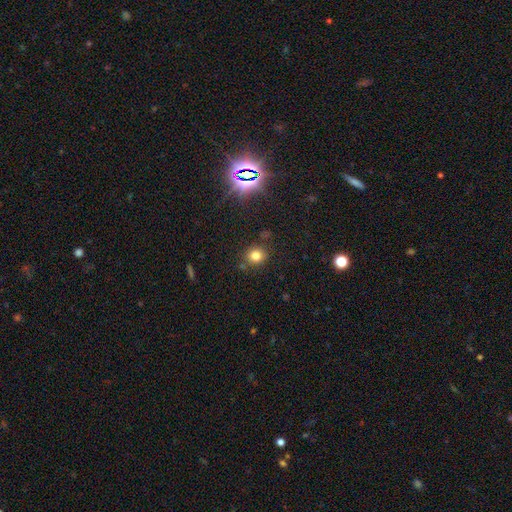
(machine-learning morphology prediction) Smooth or featured: smooth — 76% (star or artifact — 17%)
How rounded: round — 83% (in between — 16%)
Merging: none — 81% (minor disturbance — 10%)